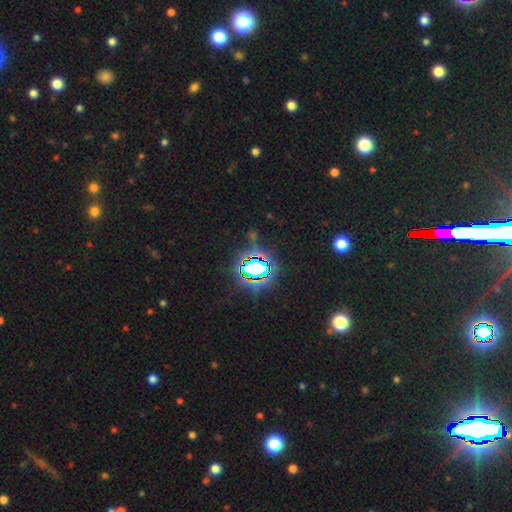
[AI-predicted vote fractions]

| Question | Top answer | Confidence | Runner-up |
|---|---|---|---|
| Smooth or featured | star or artifact | 79% | smooth (13%) |